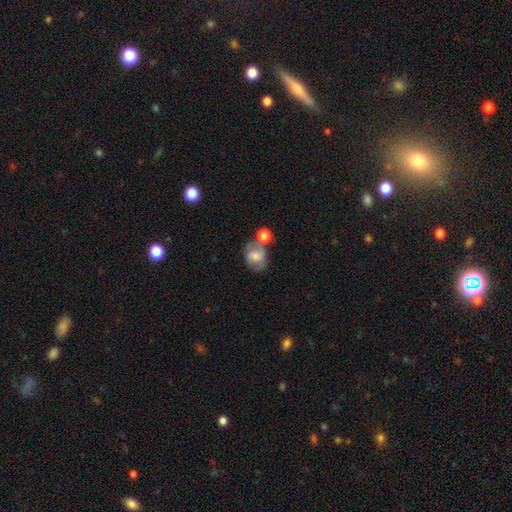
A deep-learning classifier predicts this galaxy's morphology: smooth_or_featured: smooth (p=0.68) [alt: featured or disk p=0.23]
how_rounded: in between (p=0.50) [alt: round p=0.49]
merging: none (p=0.41) [alt: merger p=0.33]